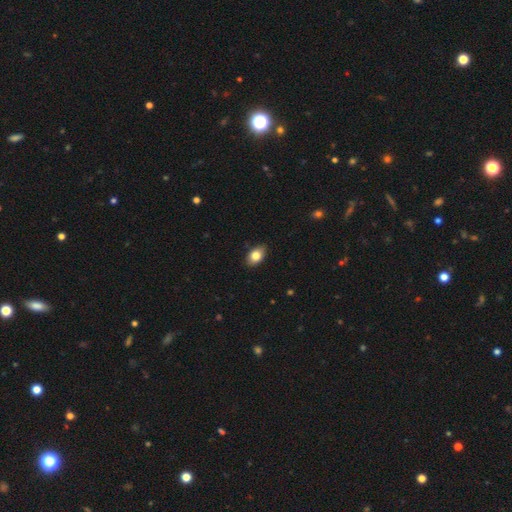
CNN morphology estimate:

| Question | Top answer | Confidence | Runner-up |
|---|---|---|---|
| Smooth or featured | smooth | 82% | featured or disk (11%) |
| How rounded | in between | 87% | round (12%) |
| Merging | none | 85% | minor disturbance (12%) |